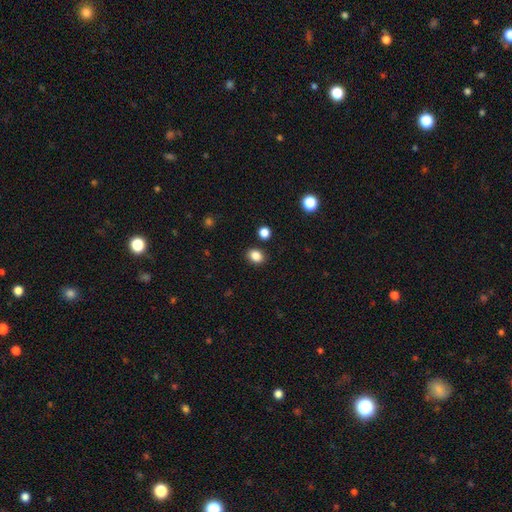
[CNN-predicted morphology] This is clearly a smooth galaxy (85%). How rounded: possibly round (52%). Merging: clearly none (86%).